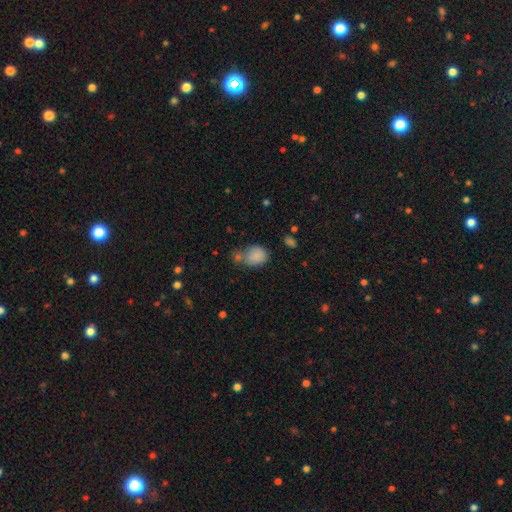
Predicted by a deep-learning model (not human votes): Q: Smooth or featured?
A: smooth (84%); runner-up: star or artifact (10%)
Q: How rounded?
A: in between (61%); runner-up: round (38%)
Q: Merging?
A: none (47%); runner-up: merger (23%)